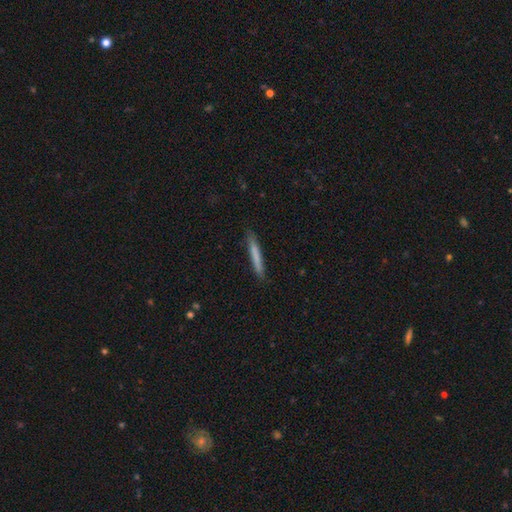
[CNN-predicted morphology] smooth 73%, featured or disk 21%, star or artifact 6%. Down the decision tree: how rounded — cigar-shaped (96%); merging — none (87%).